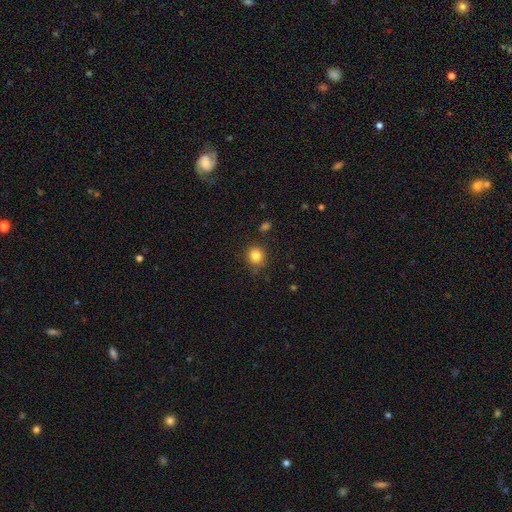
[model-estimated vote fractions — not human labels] The model was most divided on "how rounded": round: 85%, in between: 14%, cigar-shaped: 1%. More confident: merging — none (85%); smooth or featured — smooth (84%).